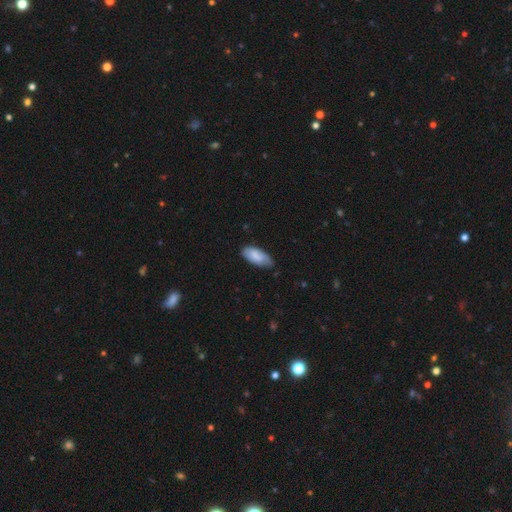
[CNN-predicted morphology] Smooth or featured? Predicted: smooth (p=0.80). How rounded? Predicted: in between (p=0.89). Merging? Predicted: none (p=0.66).